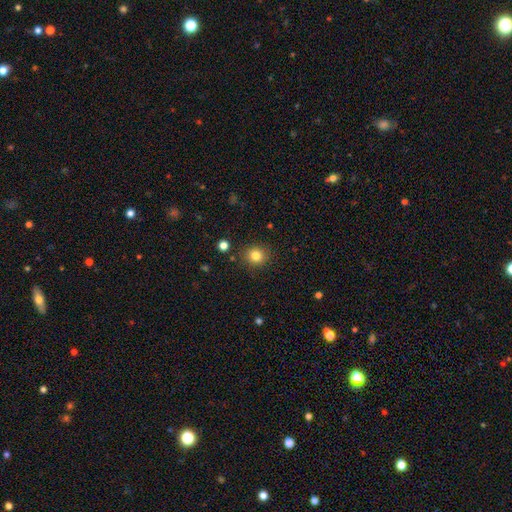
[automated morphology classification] Smooth or featured? smooth (81%)
How rounded? round (88%)
Merging? none (89%)